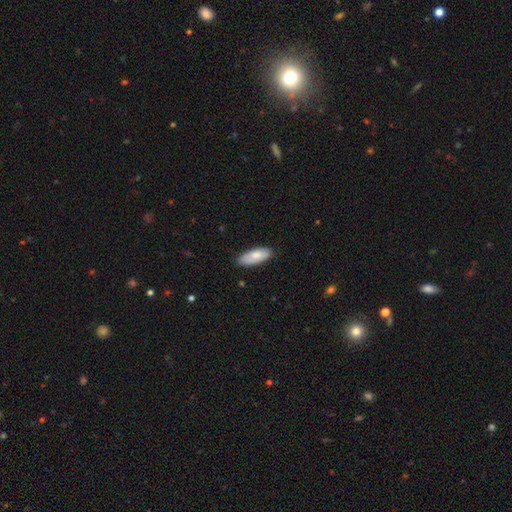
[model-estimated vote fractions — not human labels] Smooth or featured? smooth (78%)
How rounded? in between (76%)
Merging? none (82%)